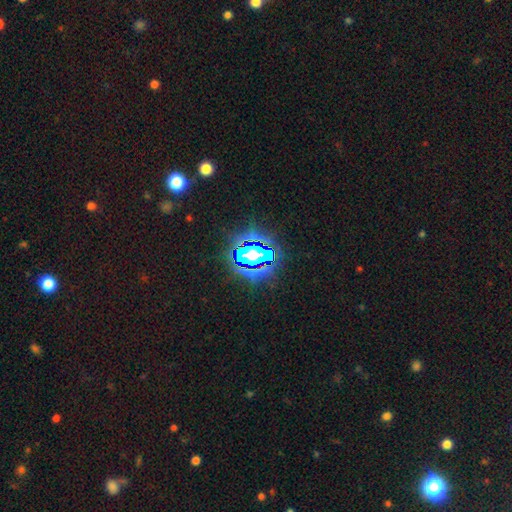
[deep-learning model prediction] Q: Smooth or featured?
A: star or artifact (80%); runner-up: smooth (12%)